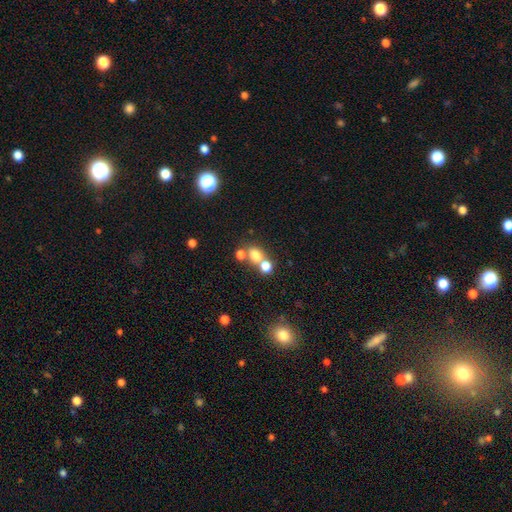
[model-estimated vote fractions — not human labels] Overall: smooth (73%). How rounded: round (59%; in between 40%). Merging: none (48%; merger 38%).